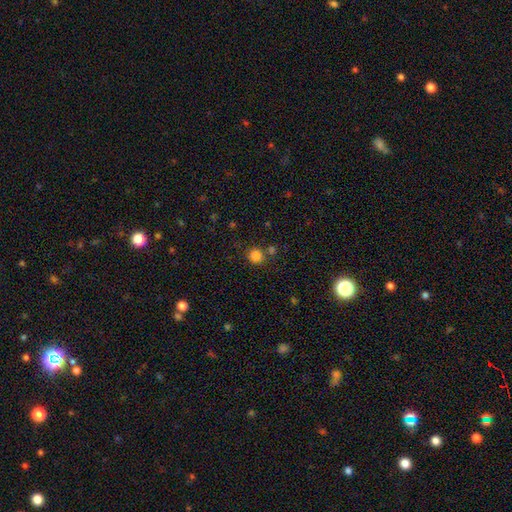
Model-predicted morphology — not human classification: This is clearly a smooth galaxy (83%). How rounded: clearly round (90%). Merging: likely none (75%).